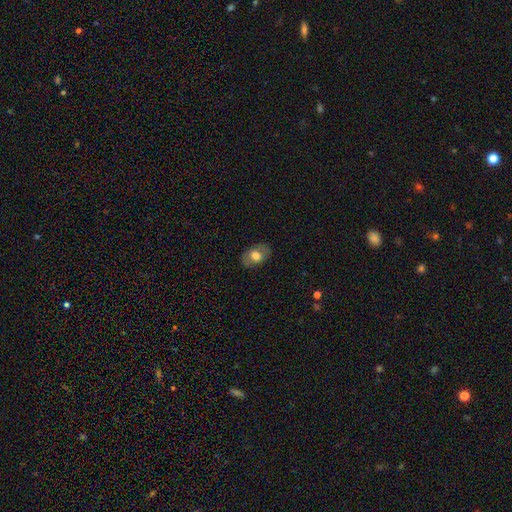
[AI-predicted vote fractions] Morphology: type=smooth (66%); roundness=in between (81%); merging=none (81%).